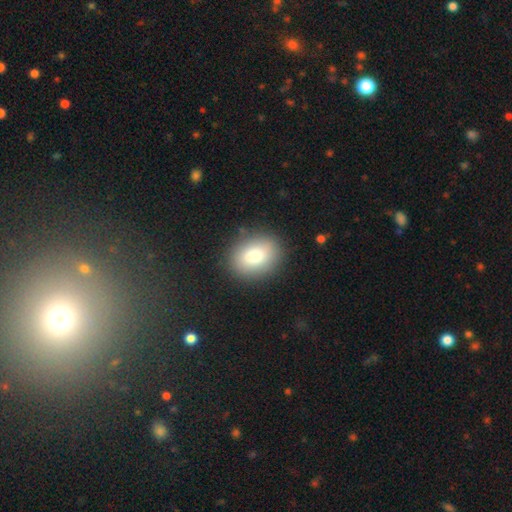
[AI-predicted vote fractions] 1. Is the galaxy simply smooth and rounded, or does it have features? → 80% smooth, 11% featured or disk, 9% star or artifact.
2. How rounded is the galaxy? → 65% in between, 34% round, 1% cigar-shaped.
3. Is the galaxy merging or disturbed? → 86% none, 9% minor disturbance, 3% major disturbance, 1% merger.